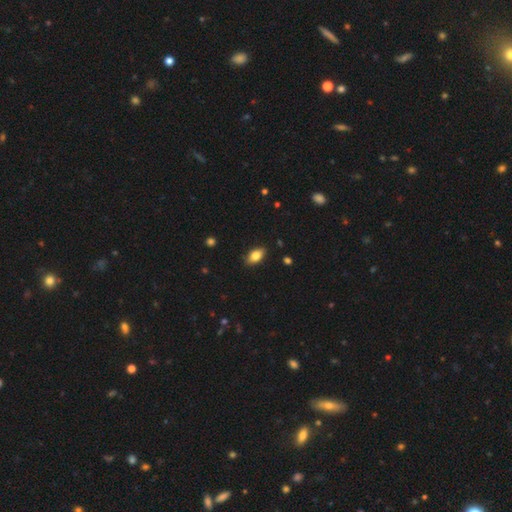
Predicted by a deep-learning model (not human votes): Smooth or featured?
  - smooth: 82% *
  - featured or disk: 10%
  - star or artifact: 8%
How rounded?
  - in between: 90% *
  - round: 6%
  - cigar-shaped: 4%
Merging?
  - none: 86% *
  - minor disturbance: 11%
  - major disturbance: 2%
  - merger: 1%